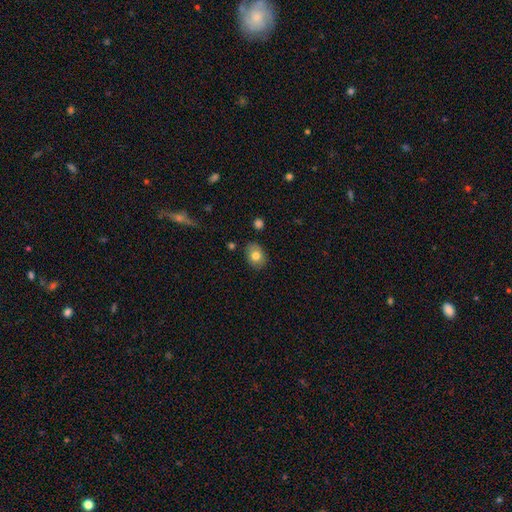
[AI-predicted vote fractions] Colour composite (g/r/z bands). It shows a smooth galaxy with no disk features (78%) that is in between round and cigar-shaped (65%). Merging: none (82%).